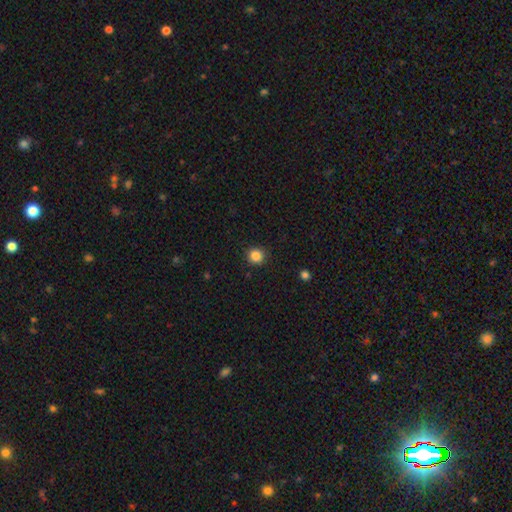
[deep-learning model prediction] smooth-or-featured: smooth: 85% | star or artifact: 11% | featured or disk: 4%
  how-rounded: round: 93% | in between: 6% | cigar-shaped: 1%
  merging: none: 91% | minor disturbance: 6% | major disturbance: 2% | merger: 1%